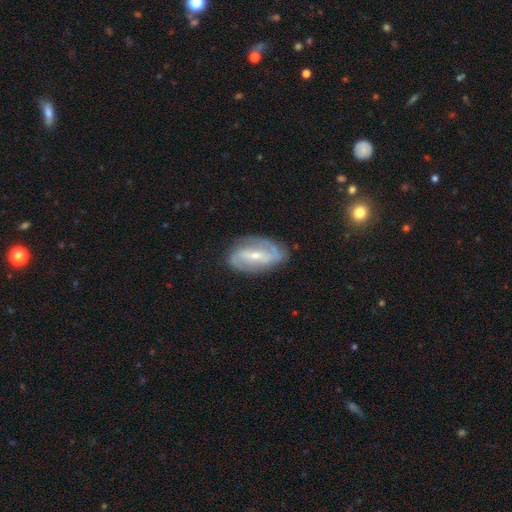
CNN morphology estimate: Overall: featured or disk (84%). Edge-on disk: no (95%). Bar: strong (49%; weak 35%). Spiral arms: yes (93%). Spiral arm count: 2 (84%). Spiral winding: medium (42%; tight 32%). Bulge size: small (62%; moderate 34%). Merging: none (80%).